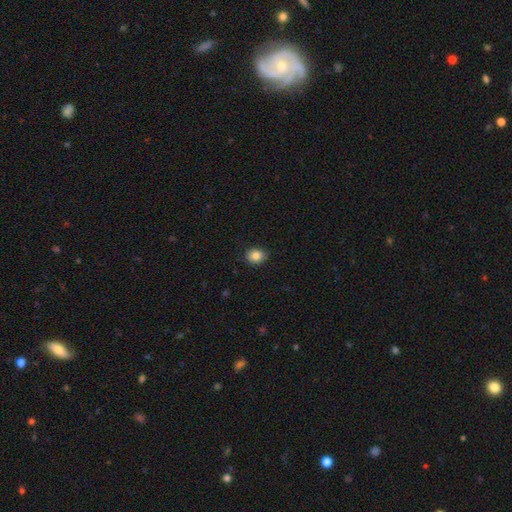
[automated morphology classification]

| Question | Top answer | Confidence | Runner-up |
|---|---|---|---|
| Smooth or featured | smooth | 84% | star or artifact (9%) |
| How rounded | round | 61% | in between (38%) |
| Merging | none | 89% | minor disturbance (9%) |